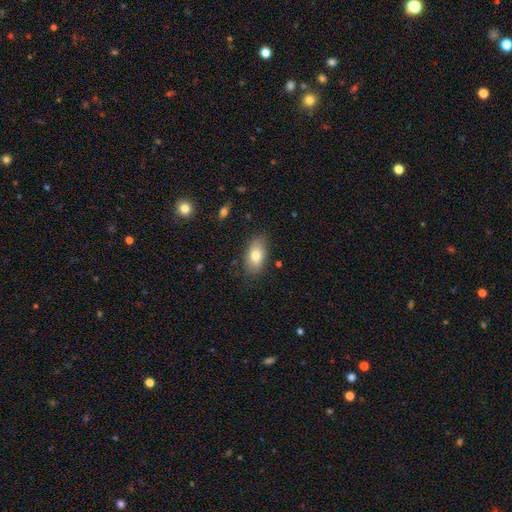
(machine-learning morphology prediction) type=smooth (78%); roundness=in between (91%); merging=none (79%).